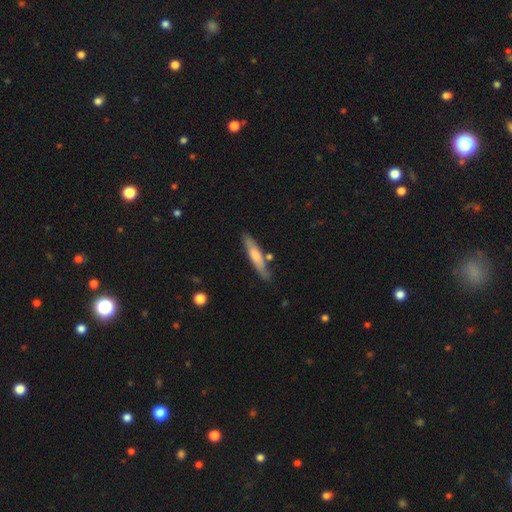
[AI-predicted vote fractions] Overall: smooth (62%; featured or disk 33%). How rounded: cigar-shaped (85%). Merging: none (75%).